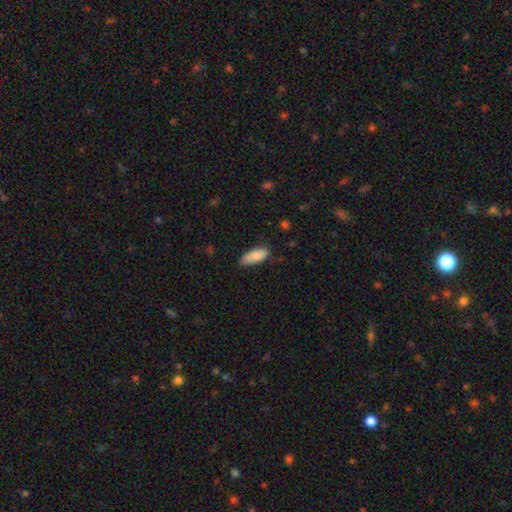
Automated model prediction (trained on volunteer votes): Smooth or featured? smooth (84%)
How rounded? in between (81%)
Merging? none (72%)